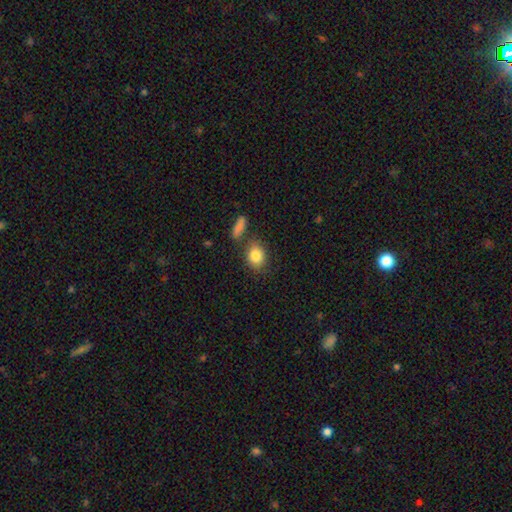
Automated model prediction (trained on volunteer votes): Smooth or featured?
  - smooth: 84% *
  - star or artifact: 8%
  - featured or disk: 7%
How rounded?
  - in between: 52% *
  - round: 46%
  - cigar-shaped: 2%
Merging?
  - none: 70% *
  - minor disturbance: 14%
  - merger: 11%
  - major disturbance: 5%